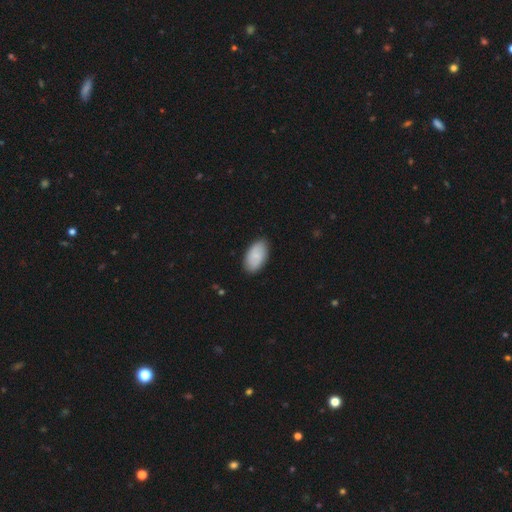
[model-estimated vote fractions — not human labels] Morphology: type=smooth (75%); roundness=in between (95%); merging=none (85%).